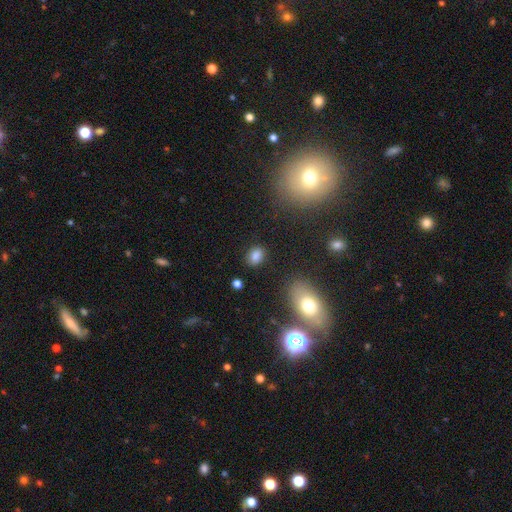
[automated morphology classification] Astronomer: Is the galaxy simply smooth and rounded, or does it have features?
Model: smooth — 82%.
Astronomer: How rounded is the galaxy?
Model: in between — 67%.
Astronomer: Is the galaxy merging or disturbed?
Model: none — 84%.